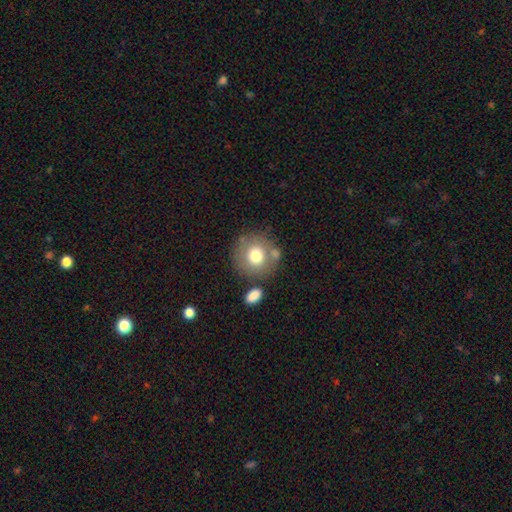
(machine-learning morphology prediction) type=smooth (73%); roundness=round (90%); merging=none (69%).